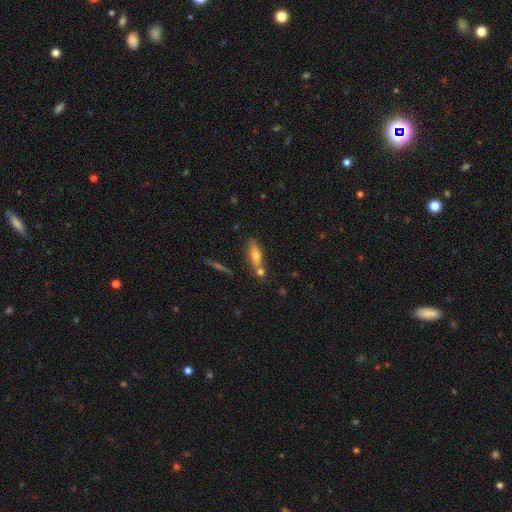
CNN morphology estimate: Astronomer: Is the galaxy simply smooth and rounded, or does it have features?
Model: smooth — 63%.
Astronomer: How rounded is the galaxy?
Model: in between — 48%, tied with cigar-shaped at 48%.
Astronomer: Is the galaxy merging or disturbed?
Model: none — 58%.